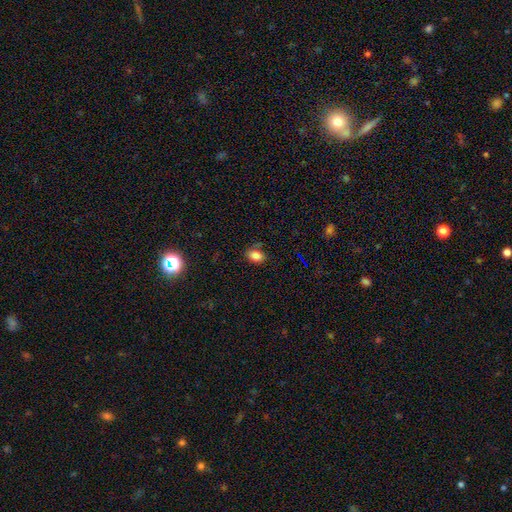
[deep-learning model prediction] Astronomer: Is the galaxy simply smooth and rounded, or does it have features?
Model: smooth — 82%.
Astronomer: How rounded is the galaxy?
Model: in between — 82%.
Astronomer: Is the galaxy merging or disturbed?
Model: none — 74%.